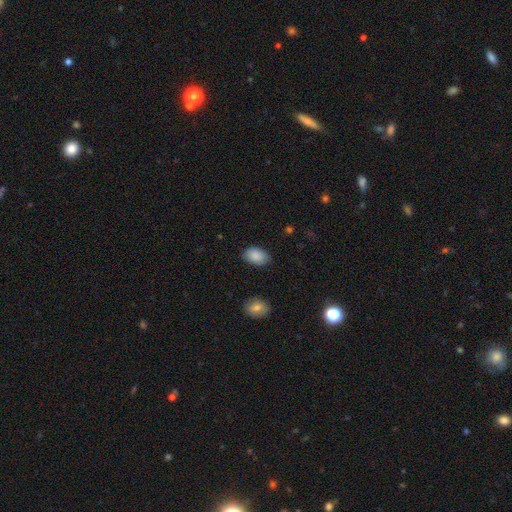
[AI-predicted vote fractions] smooth_or_featured: smooth (p=0.88) [alt: star or artifact p=0.07]
how_rounded: in between (p=0.90) [alt: round p=0.09]
merging: none (p=0.83) [alt: minor disturbance p=0.13]